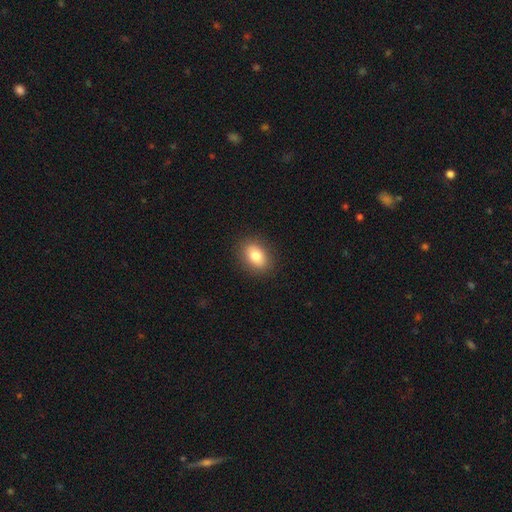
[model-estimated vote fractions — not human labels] A smooth galaxy with no disk features (81%) that is in between round and cigar-shaped (77%). Merging: none (89%).